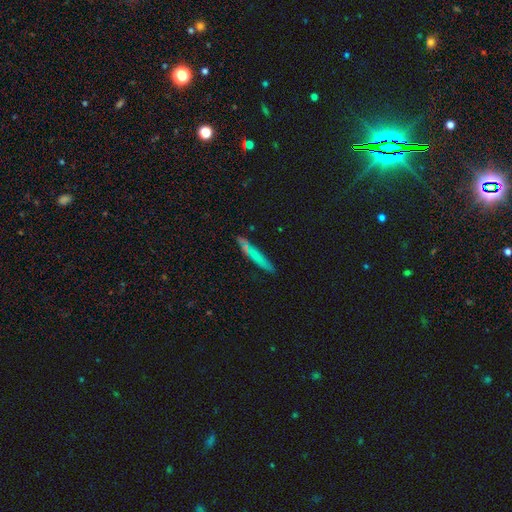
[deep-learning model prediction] smooth_or_featured: smooth (p=0.64) [alt: featured or disk p=0.25]
how_rounded: cigar-shaped (p=0.91) [alt: in between p=0.07]
merging: none (p=0.79) [alt: minor disturbance p=0.13]